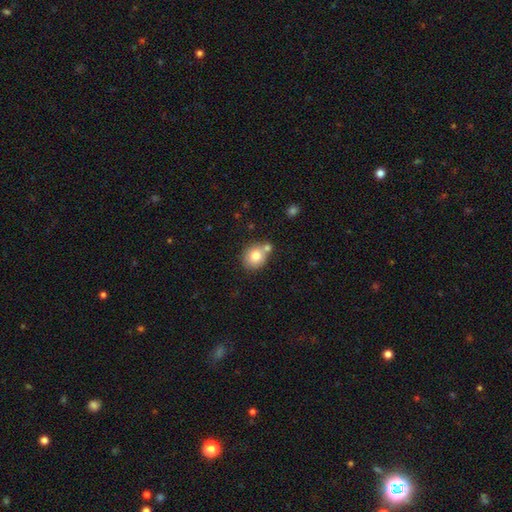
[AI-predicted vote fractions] smooth 79%, featured or disk 12%, star or artifact 9%. Down the decision tree: how rounded — round (73%); merging — none (56%).